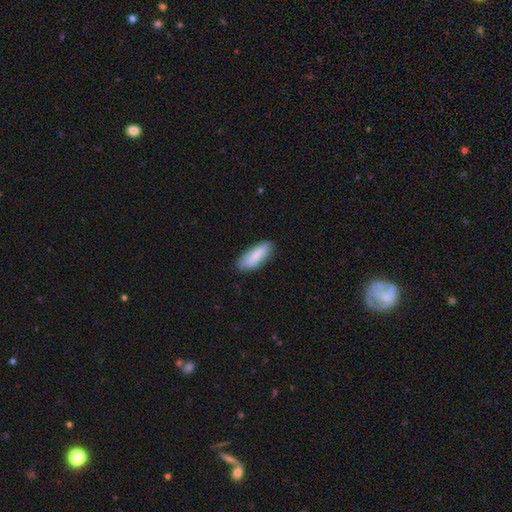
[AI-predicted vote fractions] This appears to be a smooth galaxy with no disk features (76%) that is in between round and cigar-shaped (65%). Merging: none (80%).